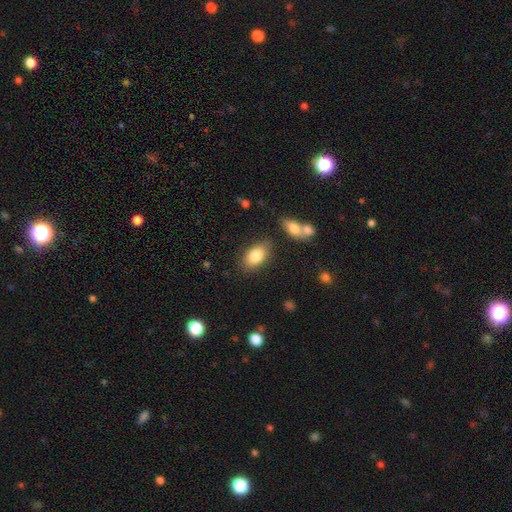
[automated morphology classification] smooth-or-featured: smooth: 84% | featured or disk: 9% | star or artifact: 7%
  how-rounded: in between: 91% | round: 7% | cigar-shaped: 3%
  merging: none: 79% | minor disturbance: 13% | merger: 5% | major disturbance: 3%